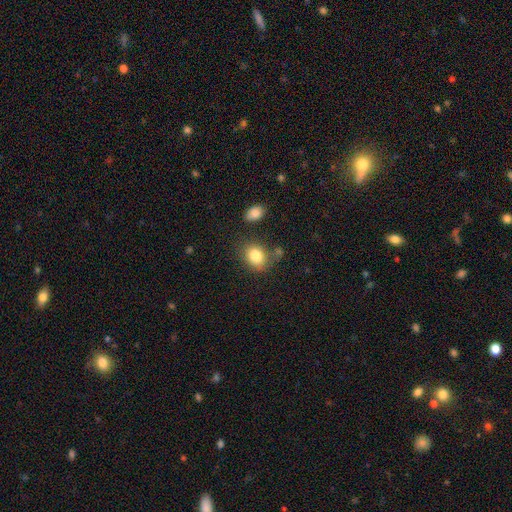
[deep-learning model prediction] Smooth or featured? Predicted: smooth (p=0.83). How rounded? Predicted: in between (p=0.55). Merging? Predicted: none (p=0.71).